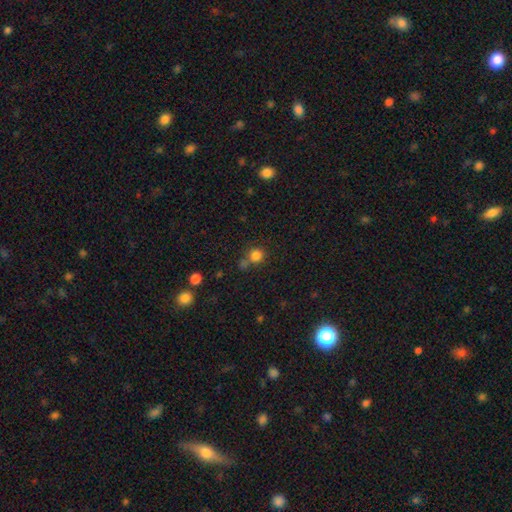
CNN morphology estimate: smooth_or_featured: smooth (p=0.82) [alt: star or artifact p=0.13]
how_rounded: round (p=0.89) [alt: in between p=0.10]
merging: none (p=0.61) [alt: merger p=0.24]